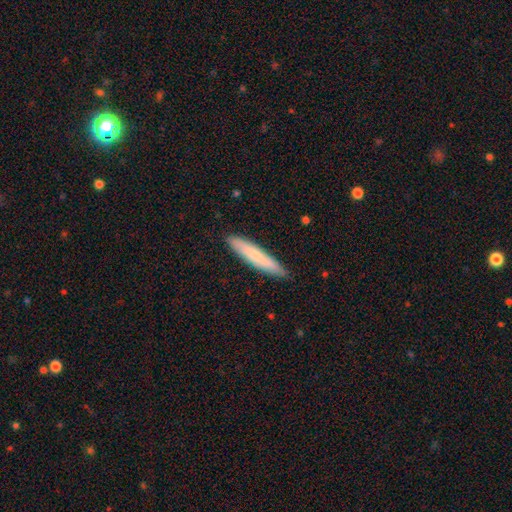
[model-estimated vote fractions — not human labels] This is likely a smooth galaxy (74%). How rounded: clearly cigar-shaped (92%). Merging: clearly none (87%).